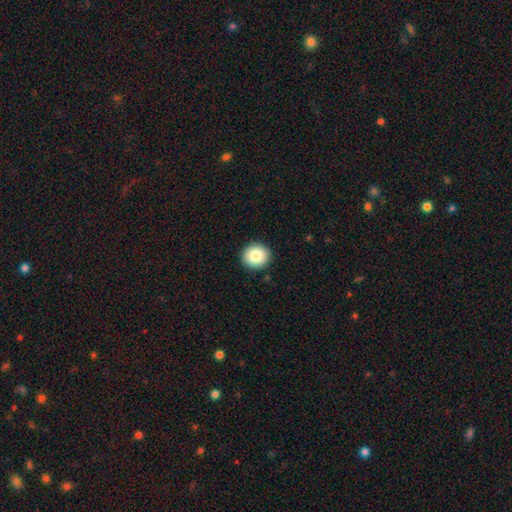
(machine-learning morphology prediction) This is clearly a smooth galaxy (85%). How rounded: clearly round (89%). Merging: clearly none (92%).